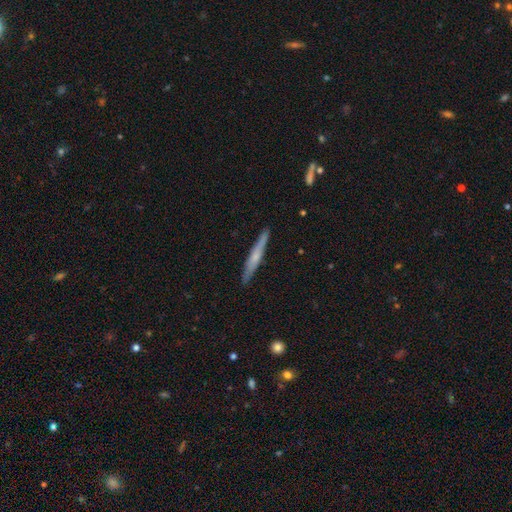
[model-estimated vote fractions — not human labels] The model was most divided on "smooth or featured": featured or disk: 53%, smooth: 42%, star or artifact: 6%. More confident: edge-on disk — yes (95%); merging — none (90%).